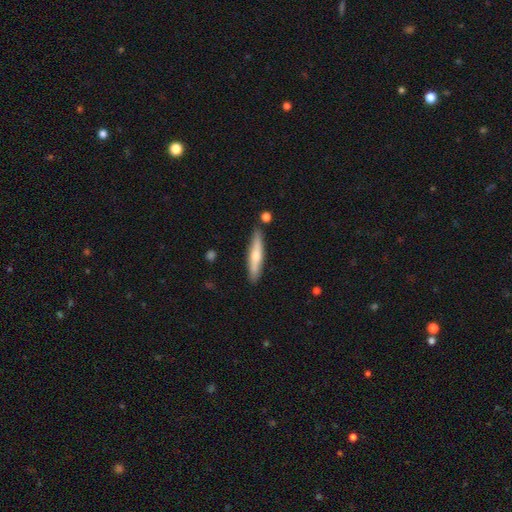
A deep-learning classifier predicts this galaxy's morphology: The model was most divided on "smooth or featured": smooth: 50%, featured or disk: 44%, star or artifact: 6%. More confident: merging — none (86%).